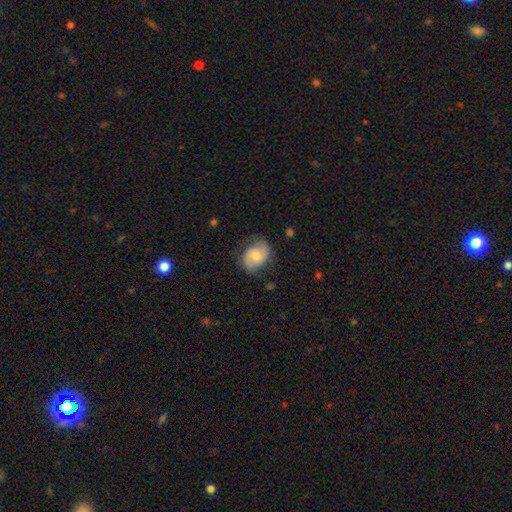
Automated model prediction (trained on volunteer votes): This appears to be a featured or disk galaxy (50%). Merging: none (71%).